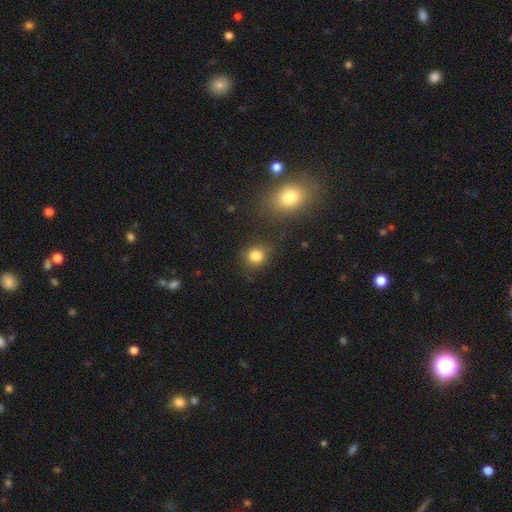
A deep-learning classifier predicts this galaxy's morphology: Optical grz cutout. It shows a smooth galaxy with no disk features (83%) that is round (81%). Merging: none (78%).